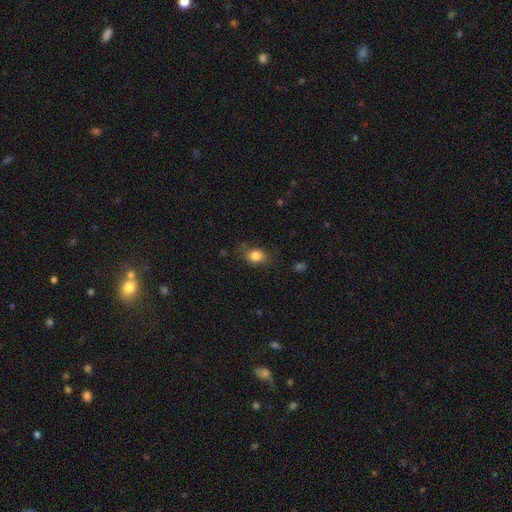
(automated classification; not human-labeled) The model was most divided on "how rounded": in between: 60%, round: 38%, cigar-shaped: 2%. More confident: smooth or featured — smooth (82%); merging — none (73%).